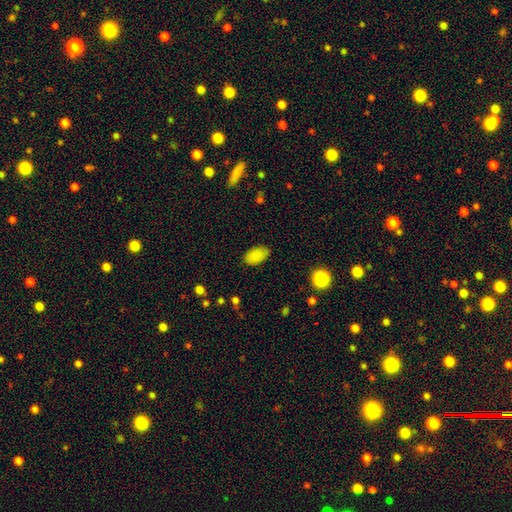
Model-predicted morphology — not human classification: smooth-or-featured: smooth: 87% | star or artifact: 9% | featured or disk: 4%
  how-rounded: in between: 93% | round: 6% | cigar-shaped: 2%
  merging: none: 83% | minor disturbance: 12% | major disturbance: 3% | merger: 1%